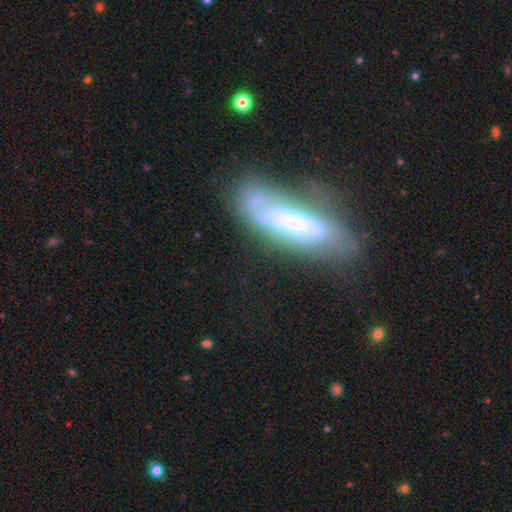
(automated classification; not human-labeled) Overall: featured or disk (61%; smooth 28%). Edge-on disk: no (62%; yes 38%). Merging: none (61%; minor disturbance 22%).